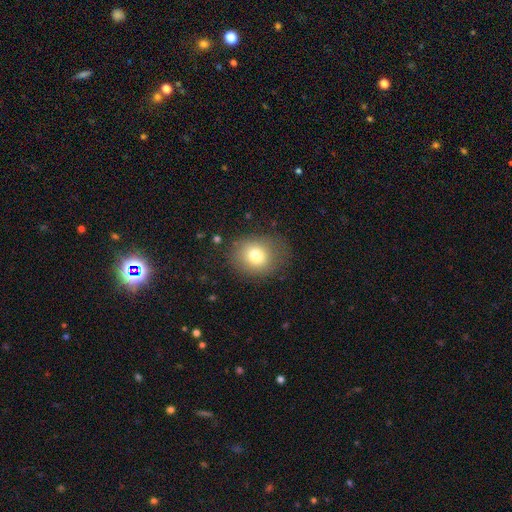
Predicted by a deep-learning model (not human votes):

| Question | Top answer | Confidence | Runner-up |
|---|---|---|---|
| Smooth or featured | smooth | 76% | featured or disk (12%) |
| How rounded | round | 63% | in between (37%) |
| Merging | none | 75% | minor disturbance (16%) |